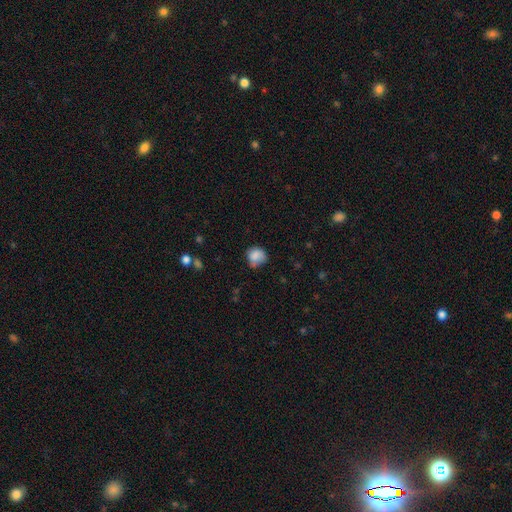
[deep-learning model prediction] Smooth or featured: smooth — 80% (featured or disk — 11%)
How rounded: round — 74% (in between — 25%)
Merging: none — 51% (minor disturbance — 33%)